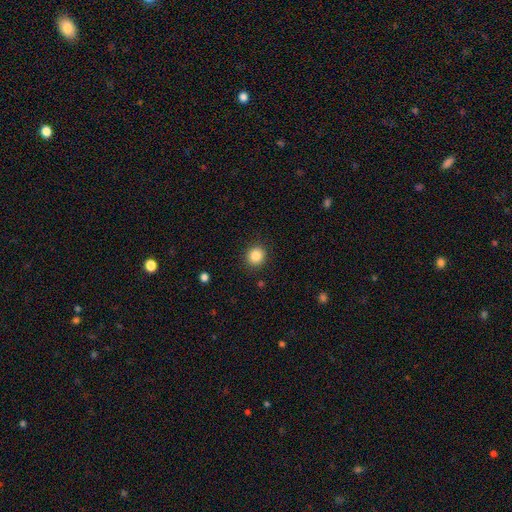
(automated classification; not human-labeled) Smooth or featured: smooth — 85% (star or artifact — 10%)
How rounded: round — 89% (in between — 10%)
Merging: none — 90% (minor disturbance — 6%)